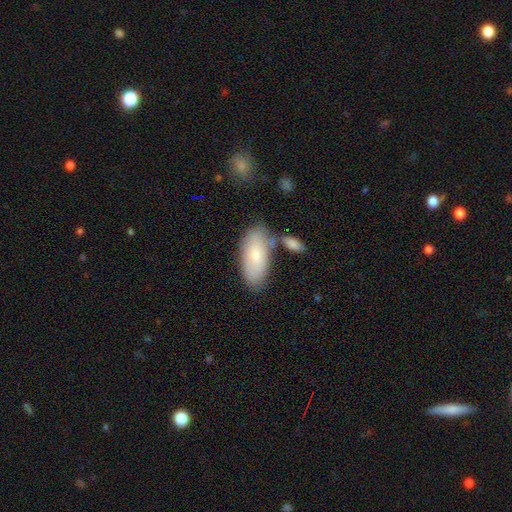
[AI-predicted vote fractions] smooth-or-featured: smooth: 76% | featured or disk: 18% | star or artifact: 6%
  how-rounded: in between: 91% | cigar-shaped: 6% | round: 2%
  merging: none: 63% | minor disturbance: 18% | merger: 14% | major disturbance: 5%